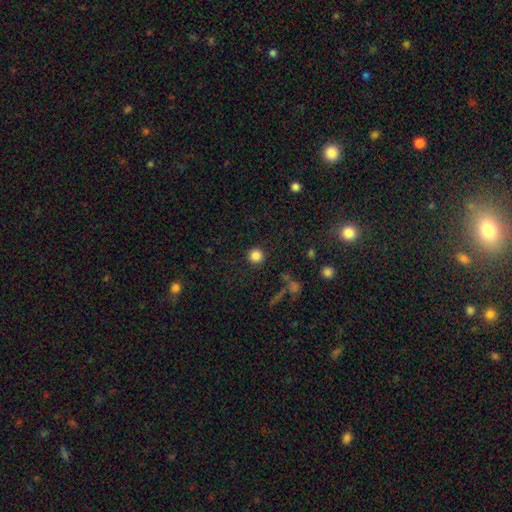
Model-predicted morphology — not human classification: smooth_or_featured: smooth (p=0.84) [alt: star or artifact p=0.11]
how_rounded: round (p=0.95) [alt: in between p=0.04]
merging: none (p=0.91) [alt: minor disturbance p=0.05]